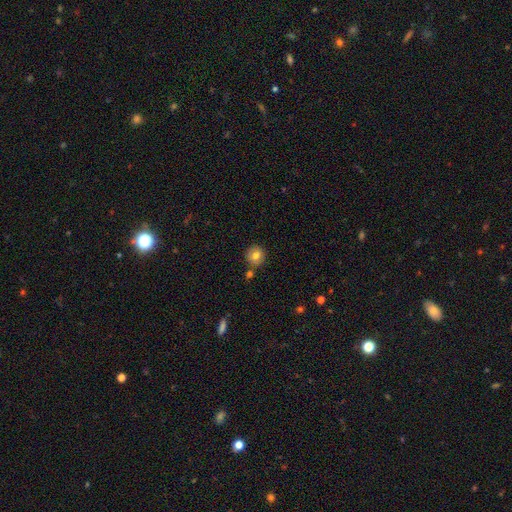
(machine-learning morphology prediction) smooth 79%, featured or disk 11%, star or artifact 10%. Down the decision tree: how rounded — round (93%); merging — none (81%).